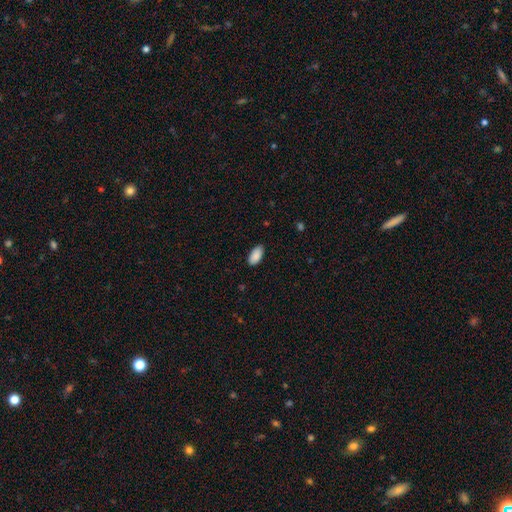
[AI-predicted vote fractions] smooth_or_featured: smooth (p=0.90) [alt: star or artifact p=0.07]
how_rounded: in between (p=0.95) [alt: cigar-shaped p=0.03]
merging: none (p=0.87) [alt: minor disturbance p=0.10]